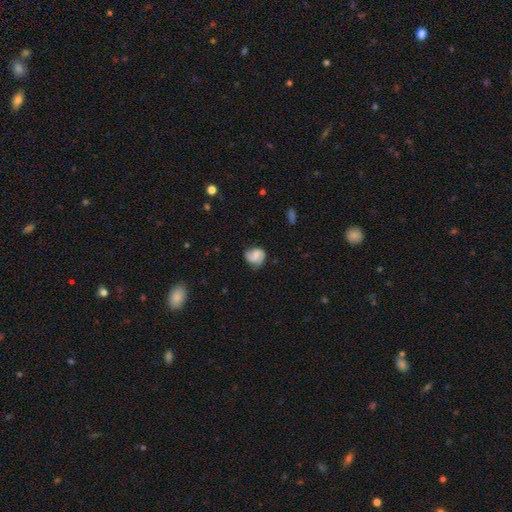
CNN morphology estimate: The model was most divided on "bulge size": small: 40%, moderate: 39%, none: 15%, large: 4%, dominant: 1%. More confident: edge-on disk — no (97%); spiral arms — yes (88%); bar — no (60%); merging — none (60%); smooth or featured — featured or disk (56%).